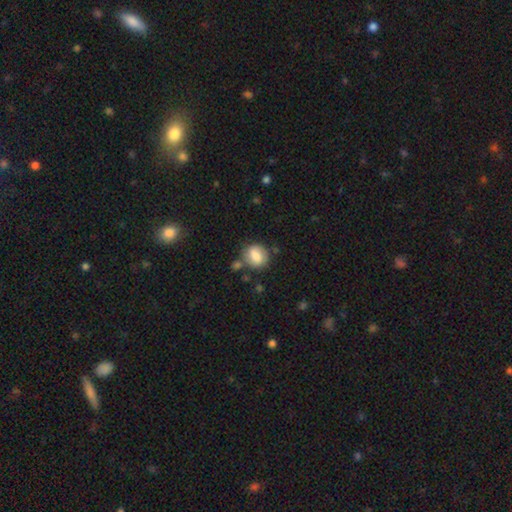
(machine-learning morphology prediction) Smooth or featured: smooth — 78% (featured or disk — 14%)
How rounded: round — 57% (in between — 41%)
Merging: none — 66% (minor disturbance — 17%)